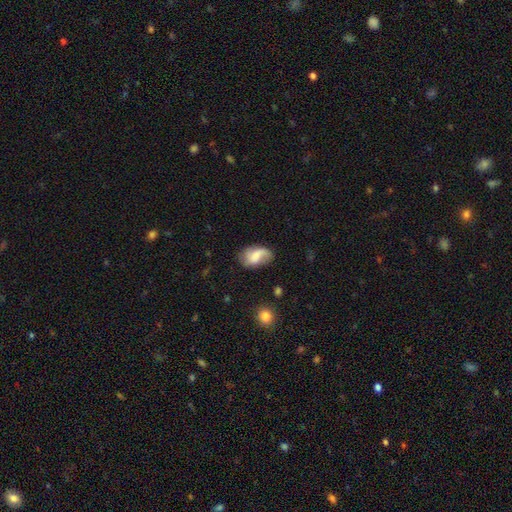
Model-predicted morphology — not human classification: Smooth or featured: smooth — 56% (featured or disk — 36%)
How rounded: in between — 88% (round — 10%)
Merging: none — 55% (minor disturbance — 29%)